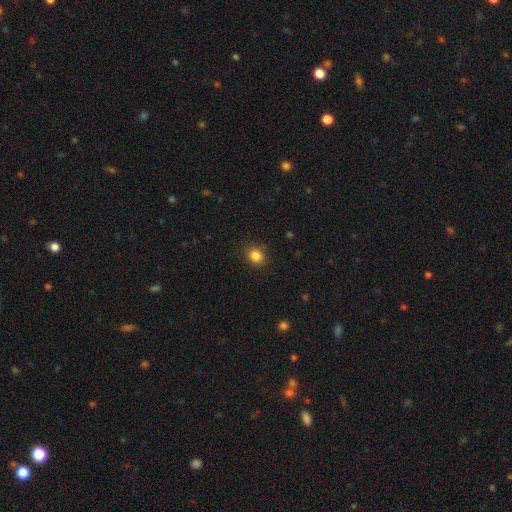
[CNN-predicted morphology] A smooth galaxy with no disk features (85%) that is round (73%).

Vote fractions:
- Smooth or featured? smooth: 85% / star or artifact: 11% / featured or disk: 4%
- How rounded? round: 73% / in between: 26% / cigar-shaped: 1%
- Merging? none: 89% / minor disturbance: 8% / major disturbance: 2% / merger: 1%